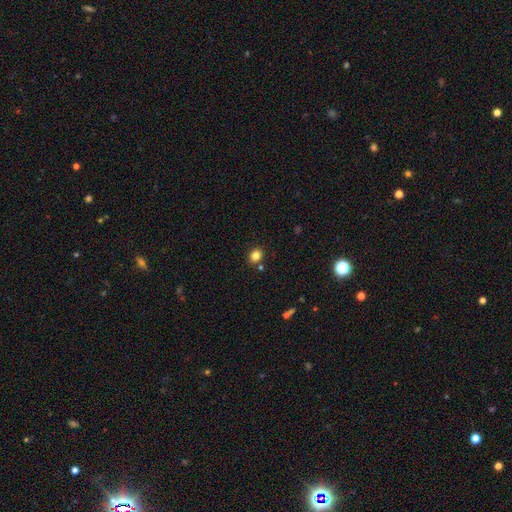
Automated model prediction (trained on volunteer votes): smooth-or-featured: smooth: 82% | star or artifact: 12% | featured or disk: 5%
  how-rounded: round: 71% | in between: 29% | cigar-shaped: 1%
  merging: none: 85% | minor disturbance: 8% | merger: 5% | major disturbance: 2%